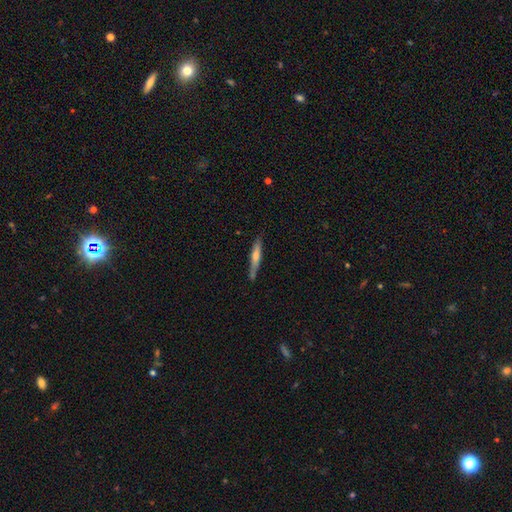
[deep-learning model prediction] Morphology: type=featured or disk (52%); edge-on=yes (94%); merging=none (81%).